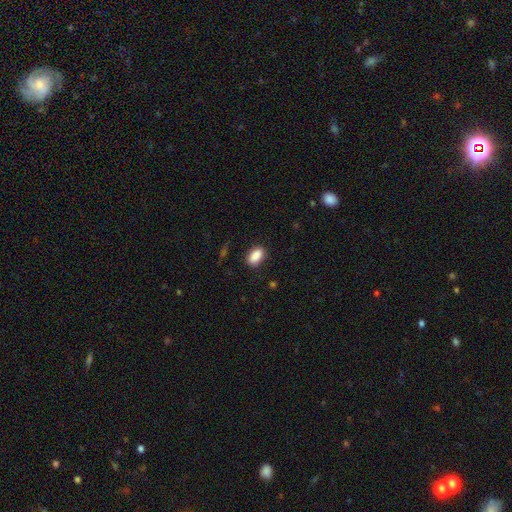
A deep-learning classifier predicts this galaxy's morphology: This is clearly a smooth galaxy (89%). How rounded: clearly in between (91%). Merging: clearly none (85%).